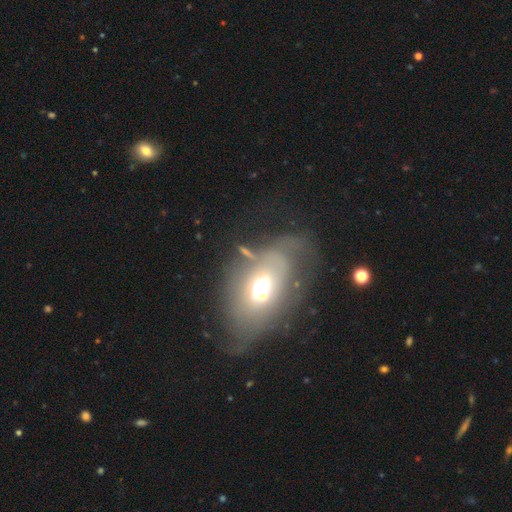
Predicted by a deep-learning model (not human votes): Q: Smooth or featured?
A: featured or disk (57%); runner-up: smooth (31%)
Q: Edge-on disk?
A: no (89%); runner-up: yes (11%)
Q: Bar?
A: no (75%); runner-up: weak (19%)
Q: Spiral arms?
A: no (61%); runner-up: yes (39%)
Q: Bulge size?
A: moderate (67%); runner-up: large (18%)
Q: Merging?
A: none (45%); runner-up: minor disturbance (26%)